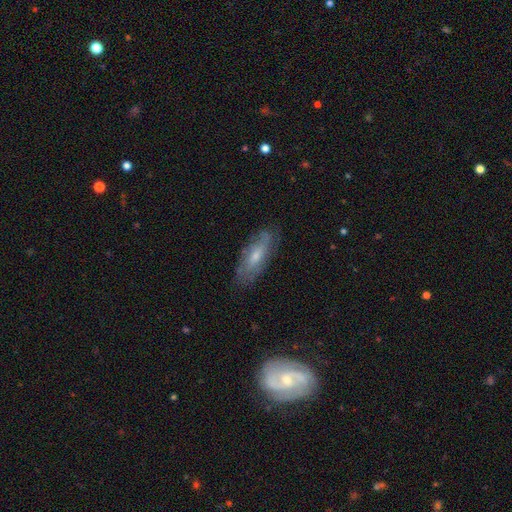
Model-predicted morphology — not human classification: This appears to be a featured or disk galaxy (52%). Merging: none (76%).